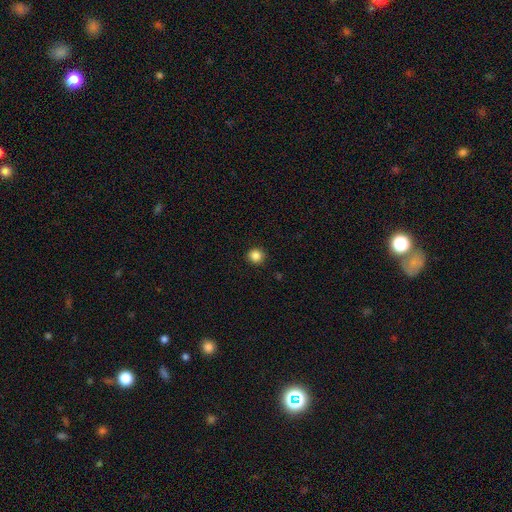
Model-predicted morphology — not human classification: This appears to be a smooth galaxy with no disk features (86%) that is round (94%). Merging: none (92%).